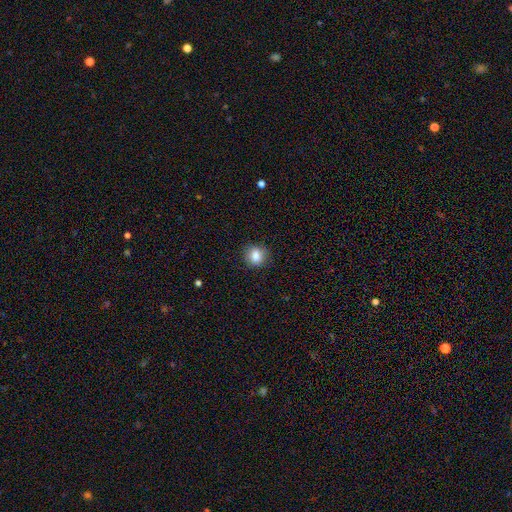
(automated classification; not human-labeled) Smooth or featured?
  - smooth: 83% *
  - star or artifact: 9%
  - featured or disk: 8%
How rounded?
  - round: 73% *
  - in between: 26%
  - cigar-shaped: 1%
Merging?
  - none: 85% *
  - minor disturbance: 11%
  - major disturbance: 3%
  - merger: 1%